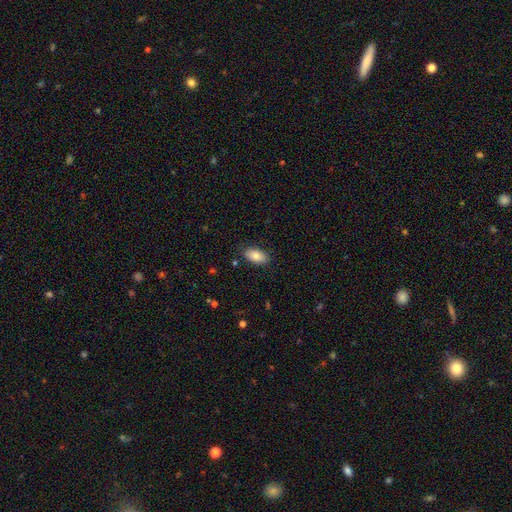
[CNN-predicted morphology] This is clearly a smooth galaxy (83%). How rounded: clearly in between (92%). Merging: clearly none (86%).